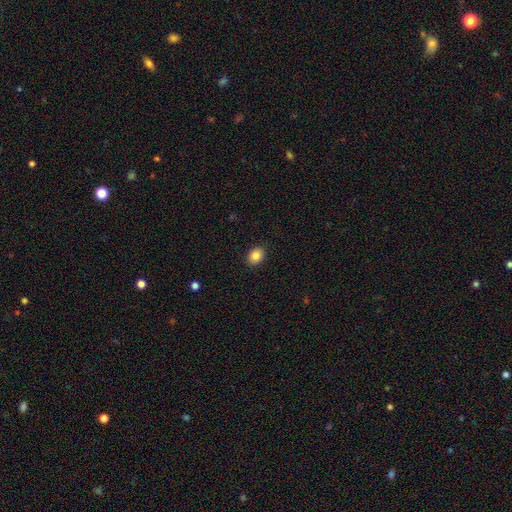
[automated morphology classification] Q: Smooth or featured?
A: smooth (86%); runner-up: star or artifact (9%)
Q: How rounded?
A: in between (58%); runner-up: round (41%)
Q: Merging?
A: none (90%); runner-up: minor disturbance (7%)